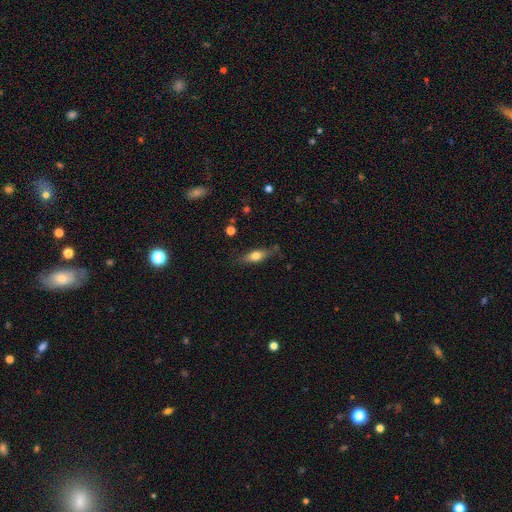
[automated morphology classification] smooth_or_featured: smooth (p=0.62) [alt: featured or disk p=0.30]
how_rounded: in between (p=0.56) [alt: cigar-shaped p=0.40]
merging: none (p=0.75) [alt: minor disturbance p=0.18]